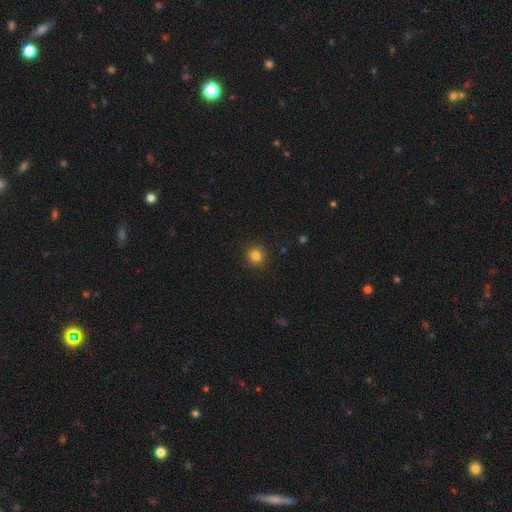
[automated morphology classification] Smooth or featured?
  - smooth: 84% *
  - star or artifact: 12%
  - featured or disk: 5%
How rounded?
  - round: 93% *
  - in between: 6%
  - cigar-shaped: 1%
Merging?
  - none: 91% *
  - minor disturbance: 6%
  - major disturbance: 2%
  - merger: 1%